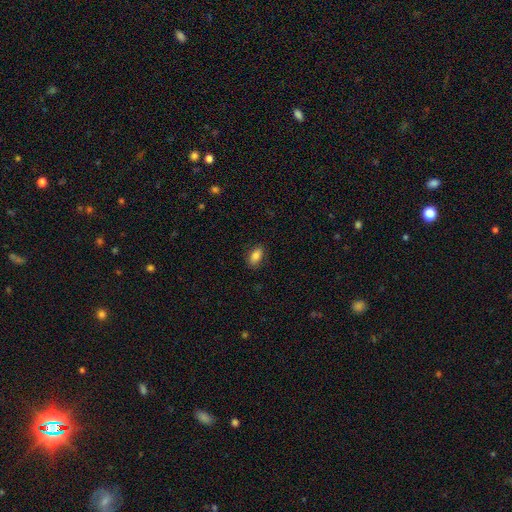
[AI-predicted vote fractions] Morphology: type=smooth (85%); roundness=in between (91%); merging=none (86%).